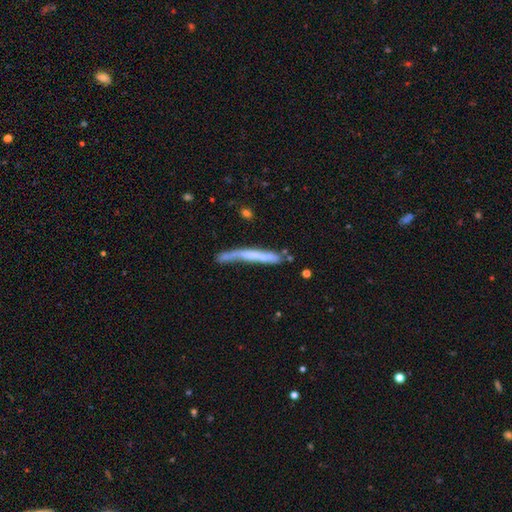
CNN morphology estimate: type=smooth (46%); merging=none (44%).